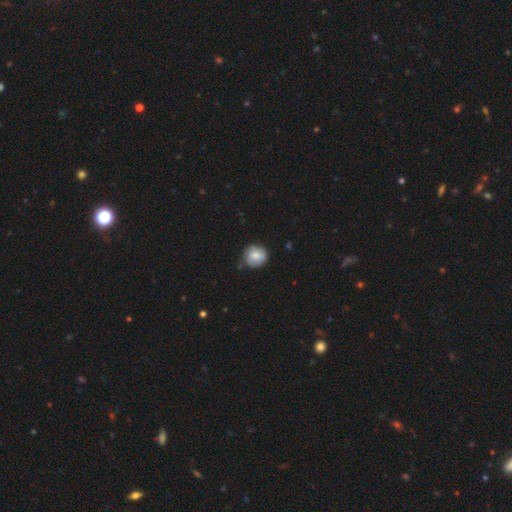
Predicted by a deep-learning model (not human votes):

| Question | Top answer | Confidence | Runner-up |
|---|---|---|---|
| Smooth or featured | smooth | 76% | featured or disk (16%) |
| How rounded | round | 86% | in between (13%) |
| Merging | none | 73% | minor disturbance (21%) |